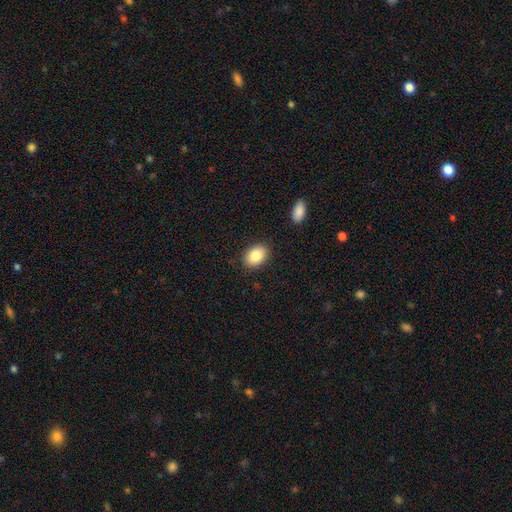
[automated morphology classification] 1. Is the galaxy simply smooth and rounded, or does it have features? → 85% smooth, 7% star or artifact, 7% featured or disk.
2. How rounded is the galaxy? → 81% in between, 18% round, 1% cigar-shaped.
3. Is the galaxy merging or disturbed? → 87% none, 9% minor disturbance, 2% major disturbance, 2% merger.